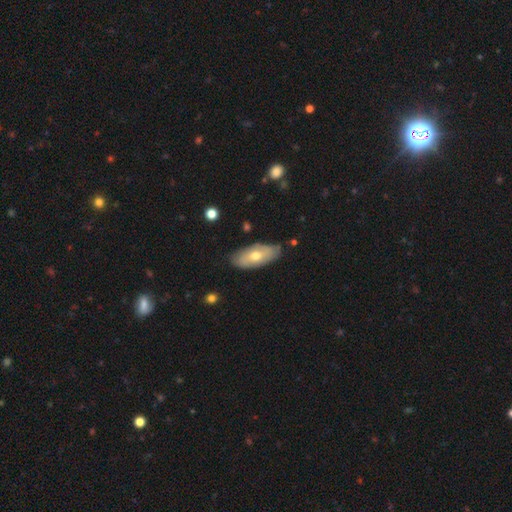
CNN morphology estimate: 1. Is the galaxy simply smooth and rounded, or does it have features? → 56% smooth, 38% featured or disk, 6% star or artifact.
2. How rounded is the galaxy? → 87% in between, 10% cigar-shaped, 3% round.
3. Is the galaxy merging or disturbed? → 79% none, 17% minor disturbance, 3% major disturbance, 2% merger.